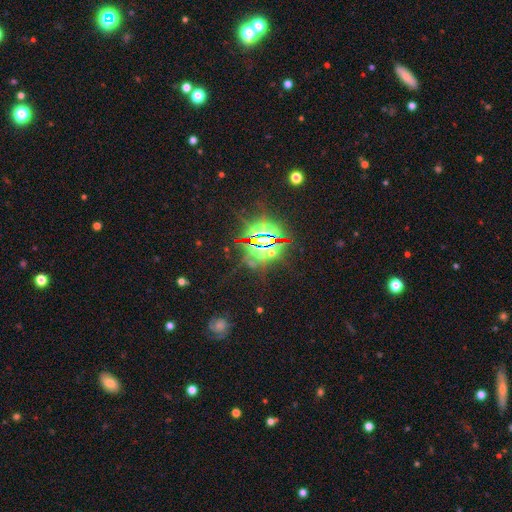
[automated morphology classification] type=star or artifact (85%).